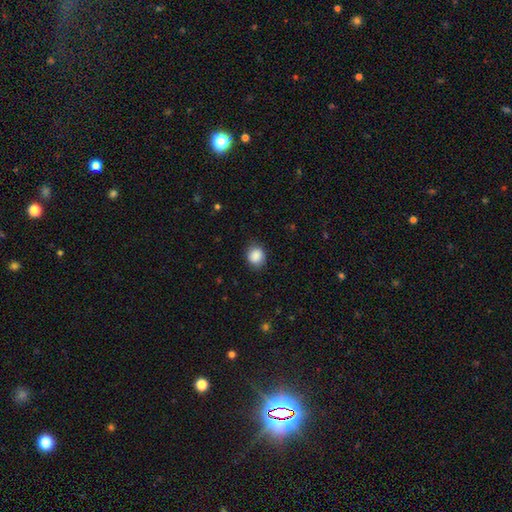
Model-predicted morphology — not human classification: A smooth galaxy with no disk features (88%) that is round (69%). Merging: none (81%).